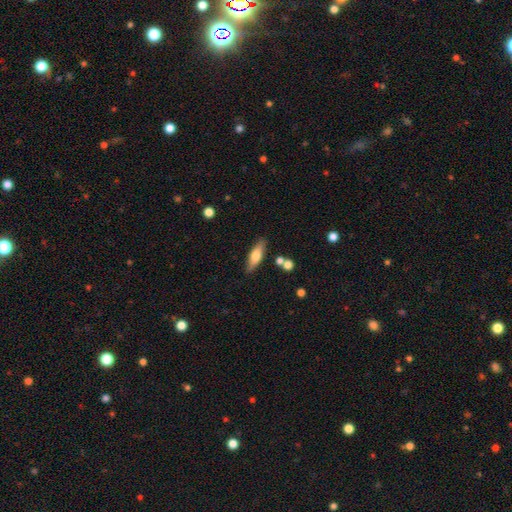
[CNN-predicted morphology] Q: Smooth or featured?
A: smooth (57%); runner-up: featured or disk (36%)
Q: How rounded?
A: cigar-shaped (50%); runner-up: in between (47%)
Q: Merging?
A: none (81%); runner-up: minor disturbance (11%)